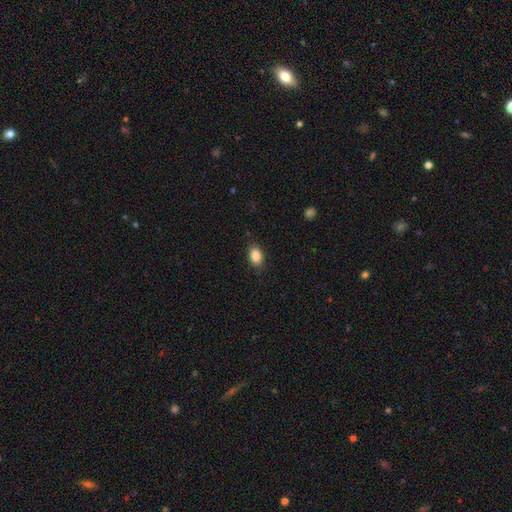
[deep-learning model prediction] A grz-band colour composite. It shows a smooth galaxy with no disk features (86%) that is in between round and cigar-shaped (86%). Merging: none (86%).